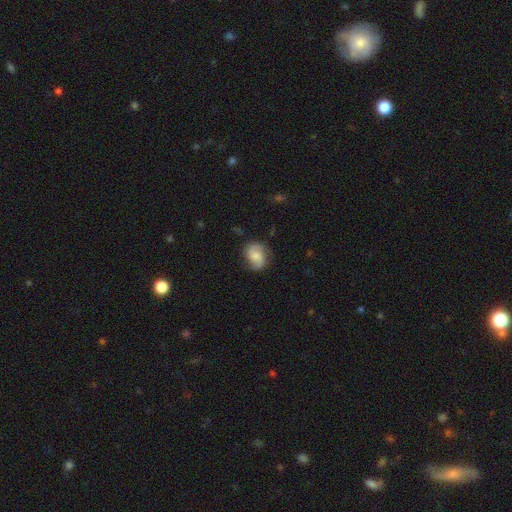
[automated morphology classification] Smooth or featured: featured or disk — 58% (smooth — 34%)
Edge-on disk: no — 97% (yes — 3%)
Bar: no — 60% (weak — 34%)
Spiral arms: yes — 92% (no — 8%)
Spiral winding: medium — 44% (loose — 33%)
Spiral arm count: 2 — 87% (can't tell — 6%)
Bulge size: moderate — 40% (small — 37%)
Merging: none — 75% (minor disturbance — 18%)